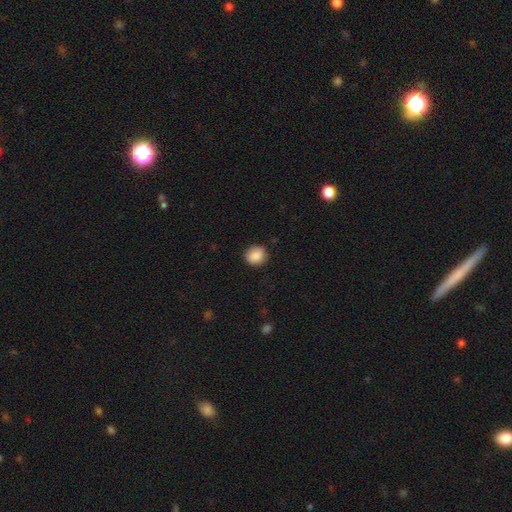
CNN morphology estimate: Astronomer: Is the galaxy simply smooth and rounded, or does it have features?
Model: smooth — 87%.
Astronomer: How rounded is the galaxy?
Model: round — 81%.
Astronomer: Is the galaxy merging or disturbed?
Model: none — 86%.